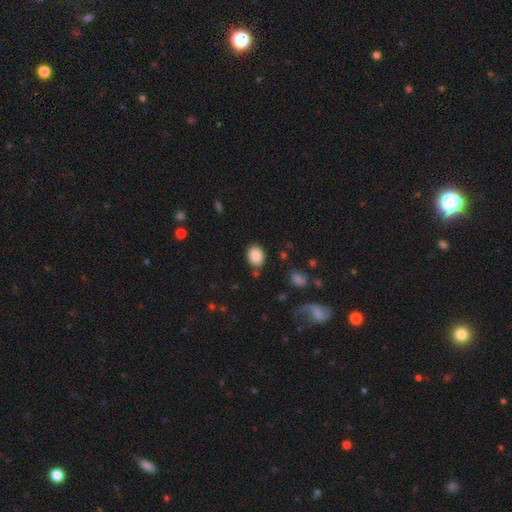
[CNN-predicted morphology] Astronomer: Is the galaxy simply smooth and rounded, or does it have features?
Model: smooth — 88%.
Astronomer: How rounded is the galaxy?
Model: round — 51% (runner-up: in between, 48%).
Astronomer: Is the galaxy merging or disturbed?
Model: none — 78%.